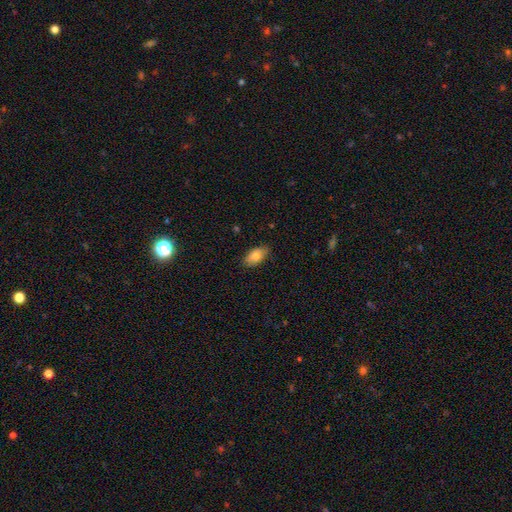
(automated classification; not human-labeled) This is likely a smooth galaxy (79%). How rounded: clearly in between (92%). Merging: clearly none (83%).